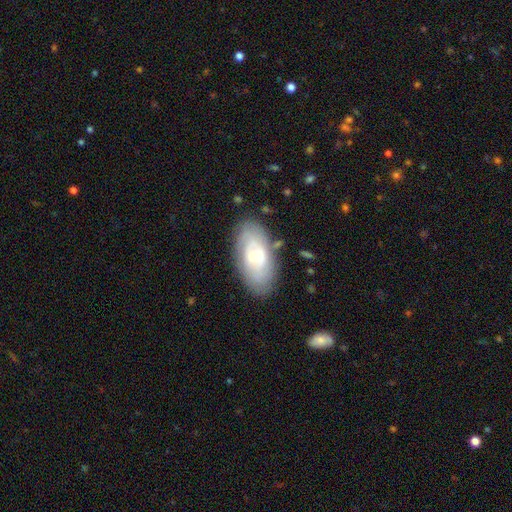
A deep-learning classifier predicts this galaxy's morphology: Smooth or featured? Predicted: featured or disk (p=0.59). Edge-on disk? Predicted: no (p=0.90). Bar? Predicted: weak (p=0.44). Spiral arms? Predicted: yes (p=0.69). Bulge size? Predicted: moderate (p=0.53). Merging? Predicted: none (p=0.79).